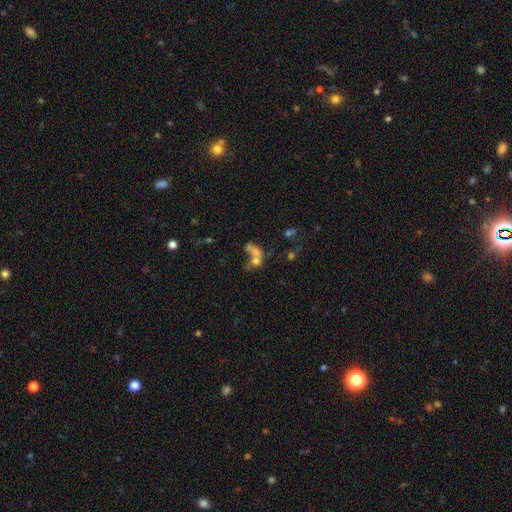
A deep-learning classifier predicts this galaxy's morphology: Smooth or featured: smooth — 55% (featured or disk — 28%)
How rounded: in between — 60% (round — 36%)
Merging: merger — 64% (none — 19%)